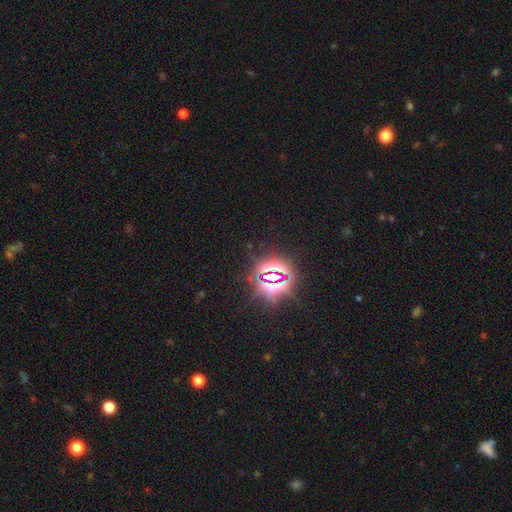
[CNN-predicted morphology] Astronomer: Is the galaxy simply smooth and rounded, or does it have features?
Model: star or artifact — 84%.